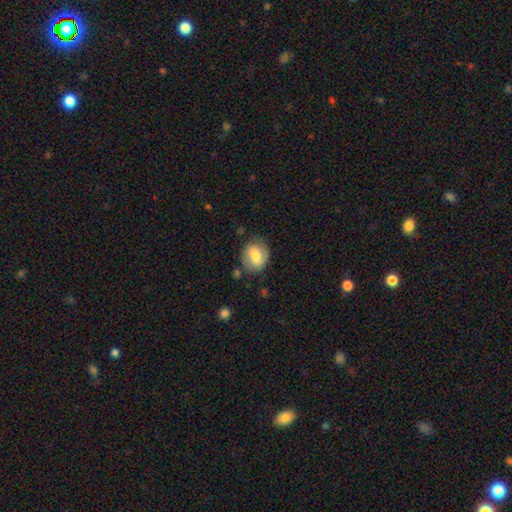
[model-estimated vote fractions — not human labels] Smooth or featured?
  - smooth: 64% *
  - featured or disk: 29%
  - star or artifact: 8%
How rounded?
  - round: 57% *
  - in between: 42%
  - cigar-shaped: 1%
Merging?
  - none: 75% *
  - minor disturbance: 17%
  - major disturbance: 5%
  - merger: 3%